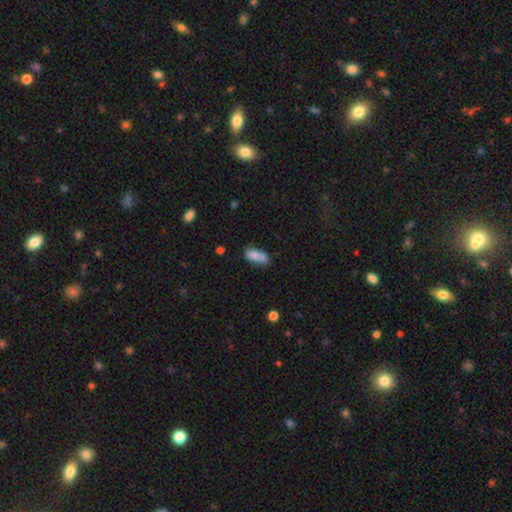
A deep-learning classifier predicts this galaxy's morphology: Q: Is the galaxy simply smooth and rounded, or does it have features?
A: smooth — 79%.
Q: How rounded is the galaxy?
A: in between — 81%.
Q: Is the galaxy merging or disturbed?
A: none — 46%.